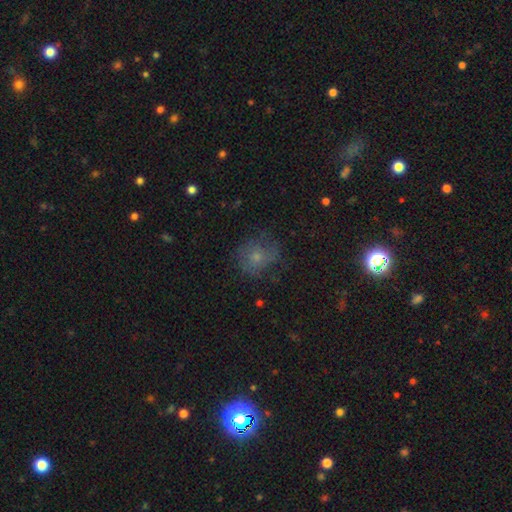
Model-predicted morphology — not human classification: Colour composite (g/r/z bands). It shows a smooth galaxy with no disk features (53%) that is round (79%). Merging: none (64%).